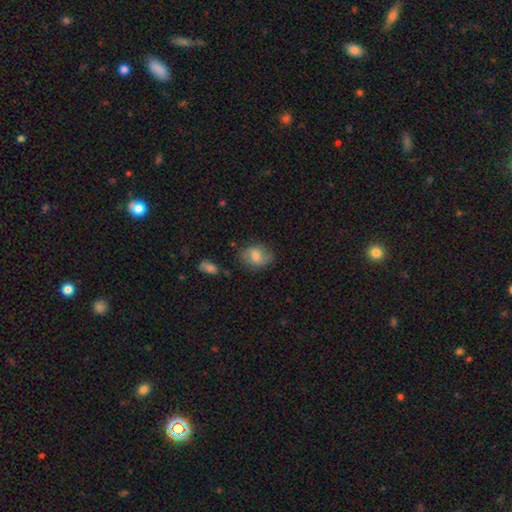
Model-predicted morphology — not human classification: This is possibly a smooth galaxy (50%). Merging: likely none (72%).